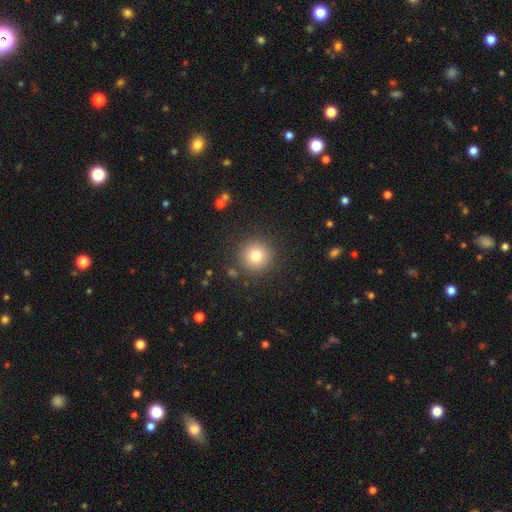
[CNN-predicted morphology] Overall: smooth (78%). How rounded: round (95%). Merging: none (88%).